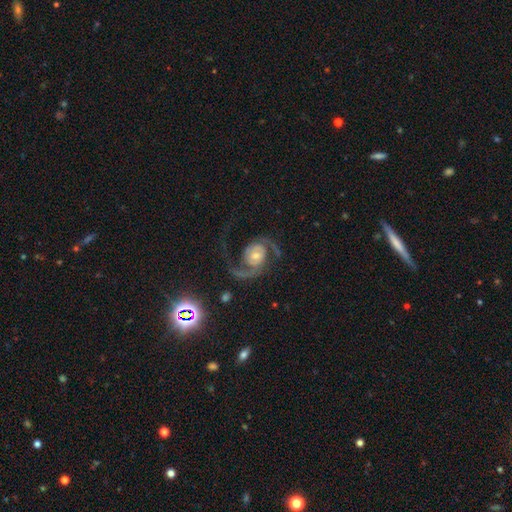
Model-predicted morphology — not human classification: A featured or disk galaxy (89%) with no bar (67%), 2 (91%) medium (53%) spiral arms (97%) and a small central bulge (48%).

Vote fractions:
- Smooth or featured? featured or disk: 89% / star or artifact: 6% / smooth: 5%
- Edge-on disk? no: 98% / yes: 2%
- Bar? no: 67% / weak: 24% / strong: 10%
- Spiral arms? yes: 97% / no: 3%
- Spiral winding? medium: 53% / loose: 31% / tight: 16%
- Spiral arm count? 2: 91% / 1: 3% / can't tell: 2% / 3: 2% / 4: 1% / more than 4: 1%
- Bulge size? small: 48% / moderate: 41% / large: 6% / none: 2% / dominant: 2%
- Merging? none: 71% / major disturbance: 14% / minor disturbance: 13% / merger: 2%